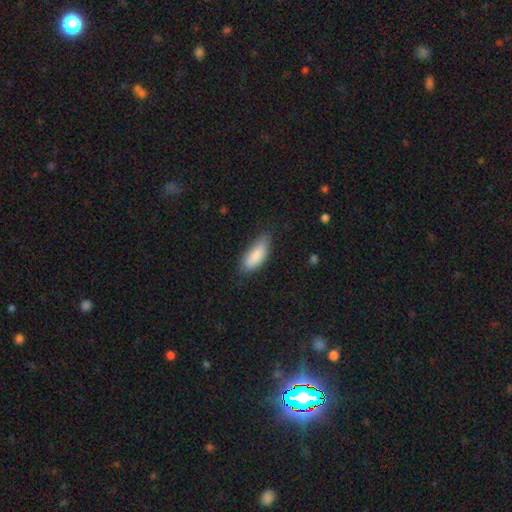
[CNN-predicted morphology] type=smooth (86%); roundness=in between (70%); merging=none (72%).